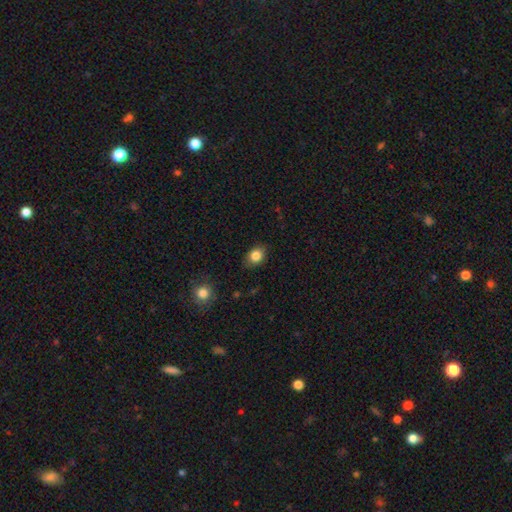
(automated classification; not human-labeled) Smooth or featured: smooth — 84% (star or artifact — 9%)
How rounded: in between — 66% (round — 33%)
Merging: none — 83% (minor disturbance — 13%)